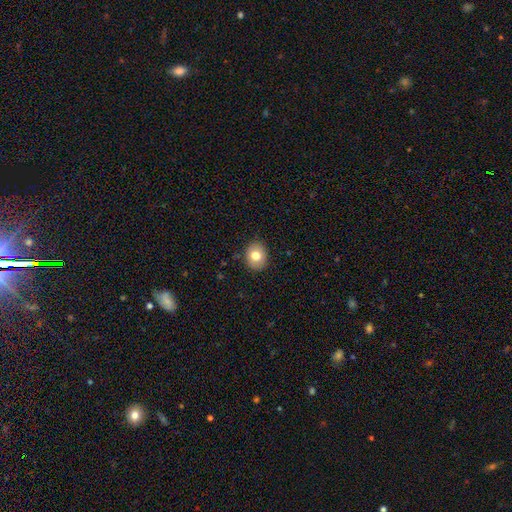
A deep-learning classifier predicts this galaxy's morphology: Smooth or featured: smooth — 78% (featured or disk — 13%)
How rounded: round — 57% (in between — 42%)
Merging: none — 87% (minor disturbance — 10%)